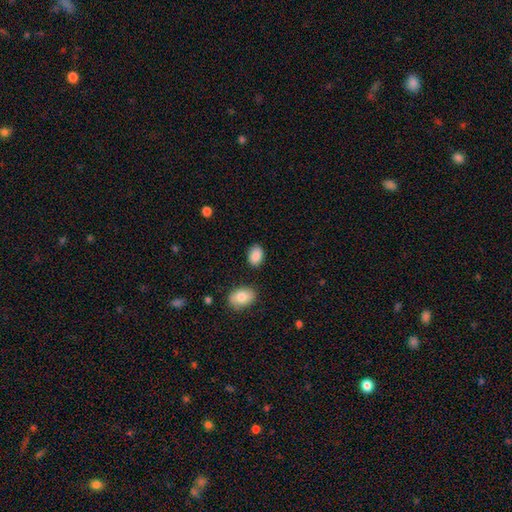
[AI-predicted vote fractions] Smooth or featured? Predicted: smooth (p=0.87). How rounded? Predicted: in between (p=0.81). Merging? Predicted: none (p=0.84).